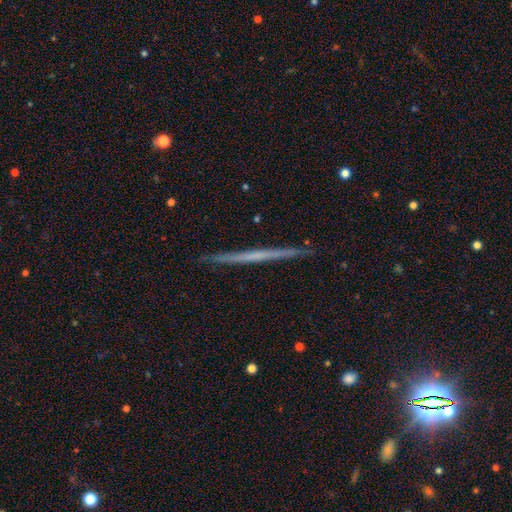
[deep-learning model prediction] Smooth or featured? Predicted: featured or disk (p=0.60). Edge-on disk? Predicted: yes (p=0.98). Edge-on bulge? Predicted: none (p=0.90). Merging? Predicted: none (p=0.92).